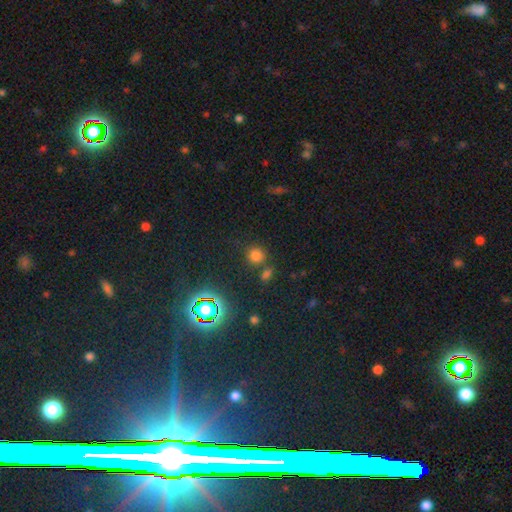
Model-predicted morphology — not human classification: This appears to be a smooth galaxy with no disk features (68%) that is round (83%). Merging: none (71%).